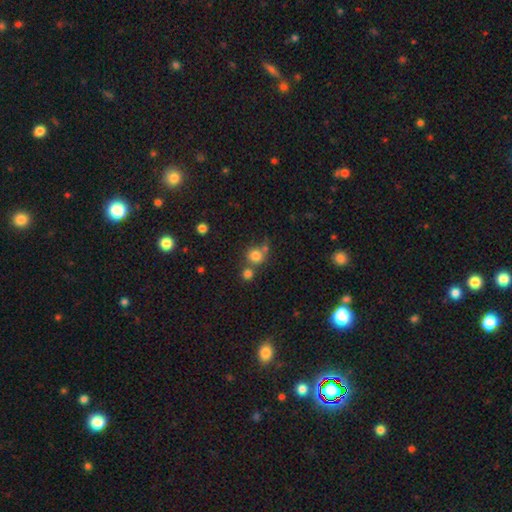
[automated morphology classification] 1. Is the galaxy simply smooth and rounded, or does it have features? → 78% smooth, 14% star or artifact, 8% featured or disk.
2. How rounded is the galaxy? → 88% round, 11% in between, 1% cigar-shaped.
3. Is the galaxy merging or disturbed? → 57% none, 30% merger, 9% minor disturbance, 4% major disturbance.